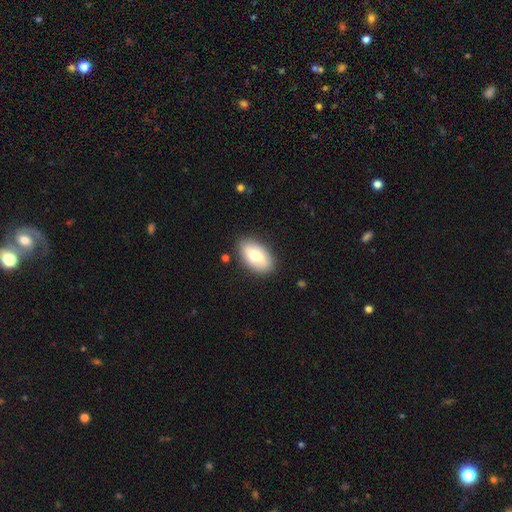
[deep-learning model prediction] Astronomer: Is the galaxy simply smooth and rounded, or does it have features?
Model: smooth — 68%.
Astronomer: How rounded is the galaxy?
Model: in between — 93%.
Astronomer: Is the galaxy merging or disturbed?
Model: none — 84%.